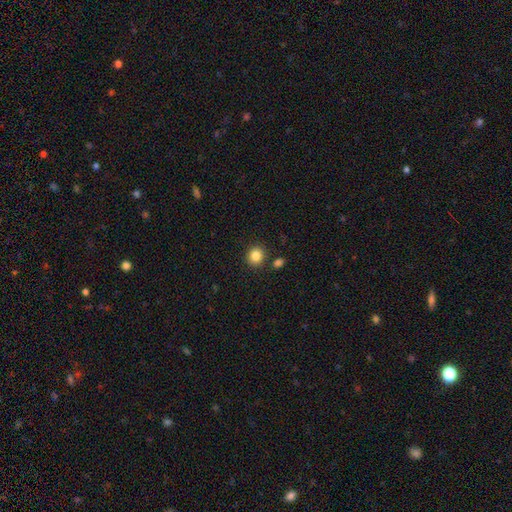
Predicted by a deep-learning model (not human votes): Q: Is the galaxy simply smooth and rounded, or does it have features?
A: smooth — 85%.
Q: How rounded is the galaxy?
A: round — 83%.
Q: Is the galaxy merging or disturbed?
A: none — 85%.